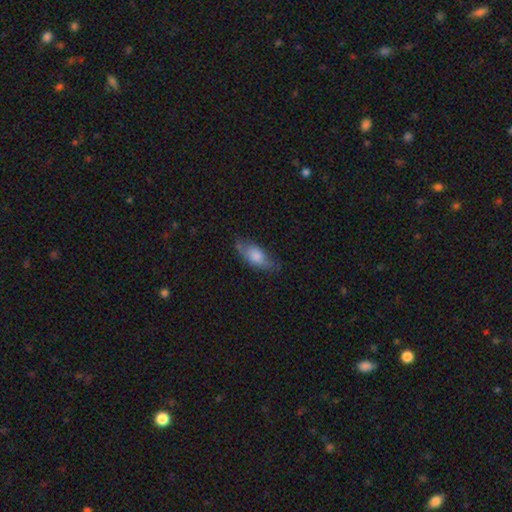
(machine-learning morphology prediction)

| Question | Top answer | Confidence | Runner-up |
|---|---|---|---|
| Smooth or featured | smooth | 68% | featured or disk (25%) |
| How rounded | in between | 79% | cigar-shaped (18%) |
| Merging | none | 64% | minor disturbance (27%) |